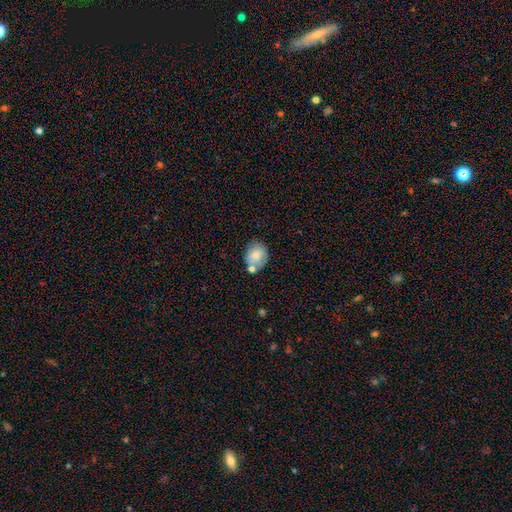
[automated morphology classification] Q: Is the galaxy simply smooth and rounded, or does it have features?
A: smooth — 76%.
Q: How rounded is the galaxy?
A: round — 55%.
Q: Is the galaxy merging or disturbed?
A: none — 60%.